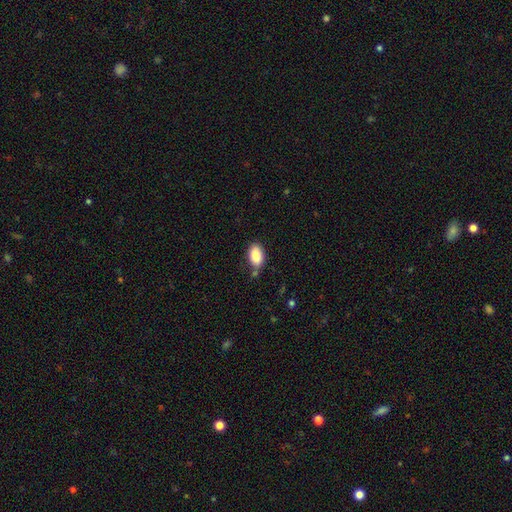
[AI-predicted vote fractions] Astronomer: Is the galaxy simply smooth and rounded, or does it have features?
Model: smooth — 88%.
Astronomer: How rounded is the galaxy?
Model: in between — 92%.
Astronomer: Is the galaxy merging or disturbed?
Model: none — 69%.